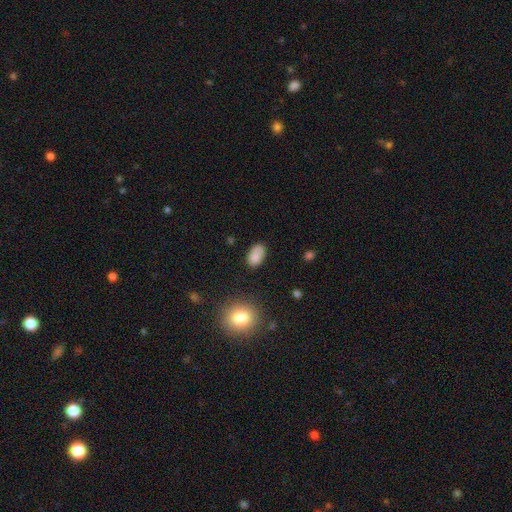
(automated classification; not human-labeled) Smooth or featured?
  - smooth: 84% *
  - star or artifact: 9%
  - featured or disk: 7%
How rounded?
  - in between: 91% *
  - round: 7%
  - cigar-shaped: 2%
Merging?
  - none: 74% *
  - minor disturbance: 18%
  - major disturbance: 4%
  - merger: 3%